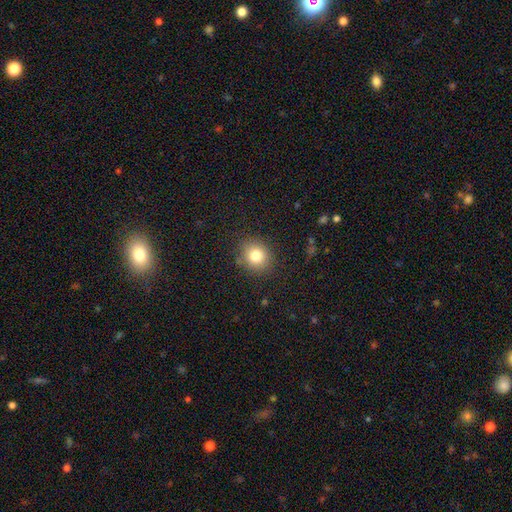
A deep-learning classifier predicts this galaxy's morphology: smooth_or_featured: smooth (p=0.80) [alt: star or artifact p=0.12]
how_rounded: round (p=0.81) [alt: in between p=0.18]
merging: none (p=0.87) [alt: minor disturbance p=0.09]